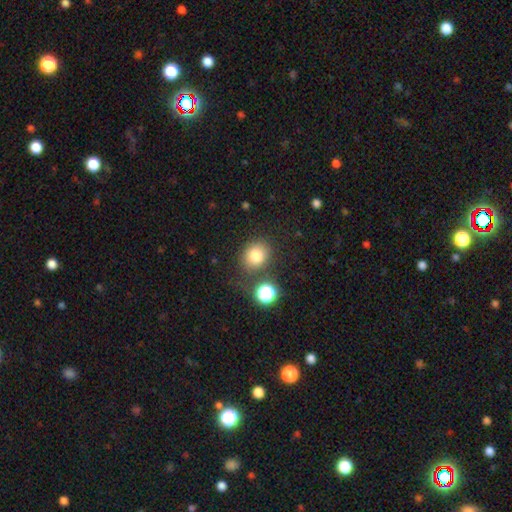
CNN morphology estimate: The model was most divided on "how rounded": round: 72%, in between: 27%, cigar-shaped: 1%. More confident: smooth or featured — smooth (79%); merging — none (77%).